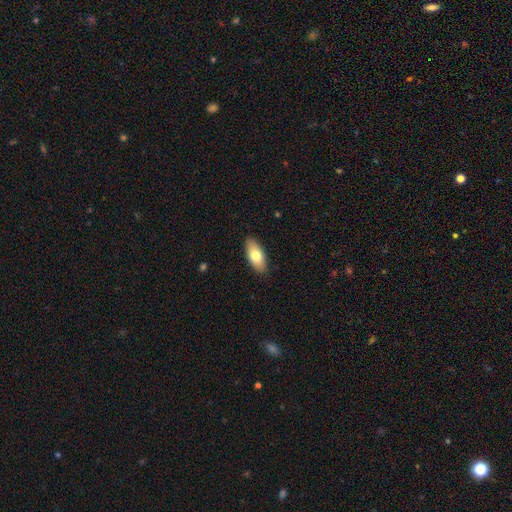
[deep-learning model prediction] Q: Smooth or featured?
A: smooth (76%); runner-up: featured or disk (18%)
Q: How rounded?
A: in between (87%); runner-up: cigar-shaped (10%)
Q: Merging?
A: none (88%); runner-up: minor disturbance (9%)